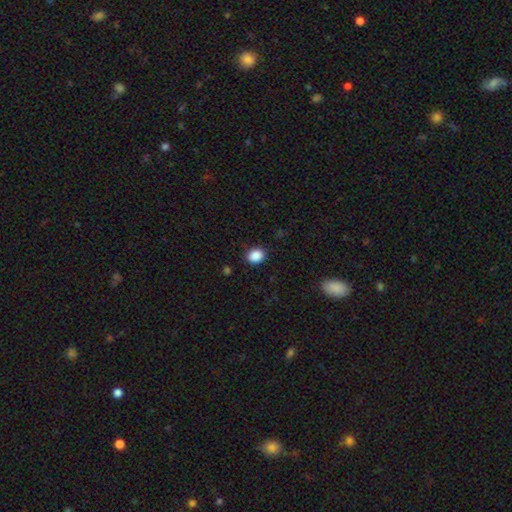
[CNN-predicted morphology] This is clearly a smooth galaxy (88%). How rounded: possibly round (56%). Merging: clearly none (87%).